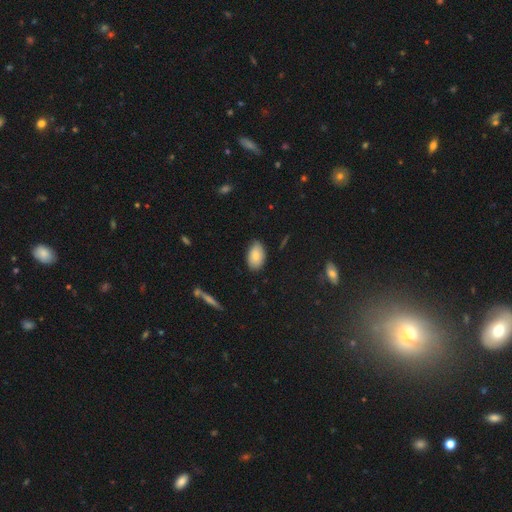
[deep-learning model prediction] This appears to be a smooth galaxy with no disk features (80%) that is in between round and cigar-shaped (92%). Merging: none (75%).